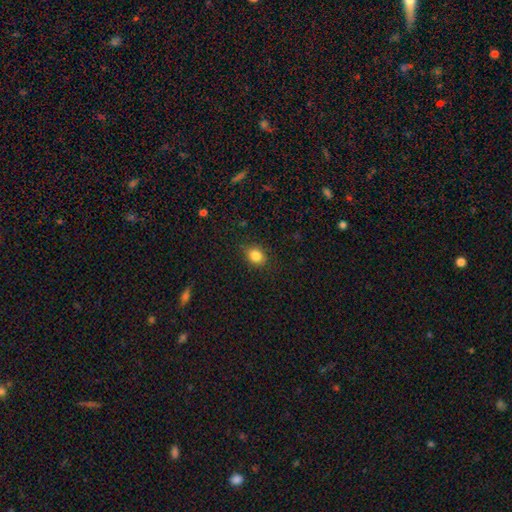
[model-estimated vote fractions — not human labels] This is clearly a smooth galaxy (85%). How rounded: possibly round (57%). Merging: clearly none (85%).